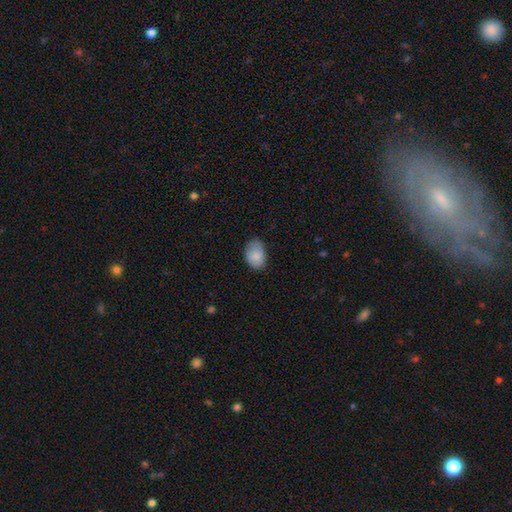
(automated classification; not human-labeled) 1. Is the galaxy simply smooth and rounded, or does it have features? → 86% smooth, 7% featured or disk, 7% star or artifact.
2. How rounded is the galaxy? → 85% in between, 14% round, 1% cigar-shaped.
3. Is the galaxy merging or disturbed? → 64% none, 29% minor disturbance, 5% major disturbance, 1% merger.